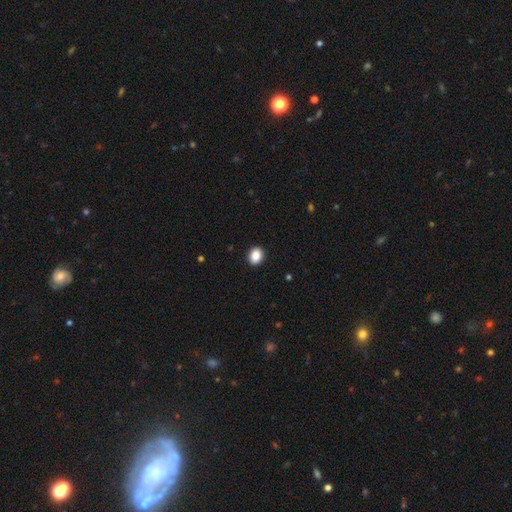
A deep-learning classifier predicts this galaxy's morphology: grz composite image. It shows a smooth galaxy with no disk features (88%) that is round (56%). Merging: none (92%).